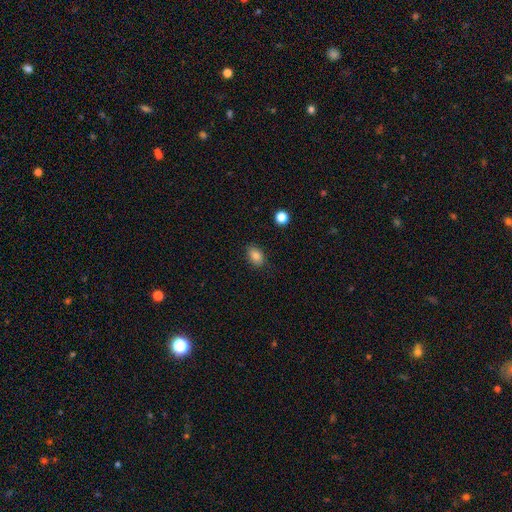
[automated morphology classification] The model was most divided on "how rounded": in between: 85%, round: 13%, cigar-shaped: 1%. More confident: smooth or featured — smooth (86%); merging — none (85%).